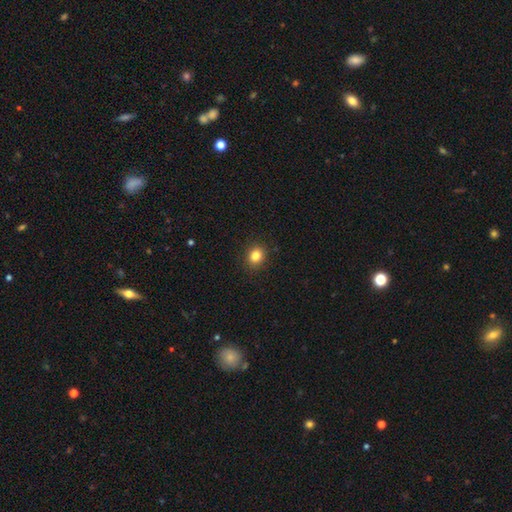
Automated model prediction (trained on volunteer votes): Smooth or featured?
  - smooth: 83% *
  - star or artifact: 11%
  - featured or disk: 6%
How rounded?
  - round: 69% *
  - in between: 30%
  - cigar-shaped: 1%
Merging?
  - none: 90% *
  - minor disturbance: 7%
  - major disturbance: 2%
  - merger: 1%